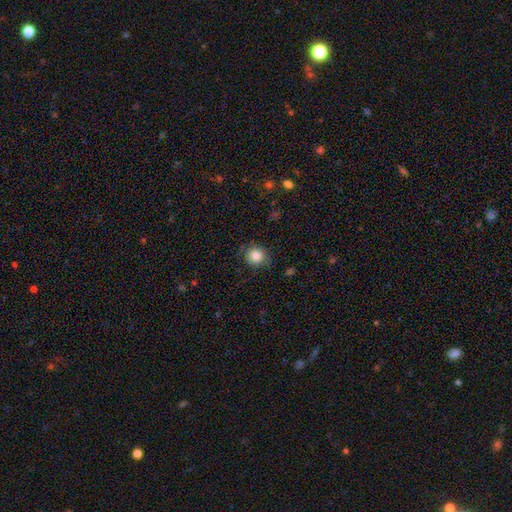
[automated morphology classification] smooth_or_featured: smooth (p=0.85) [alt: star or artifact p=0.10]
how_rounded: round (p=0.88) [alt: in between p=0.11]
merging: none (p=0.80) [alt: minor disturbance p=0.15]